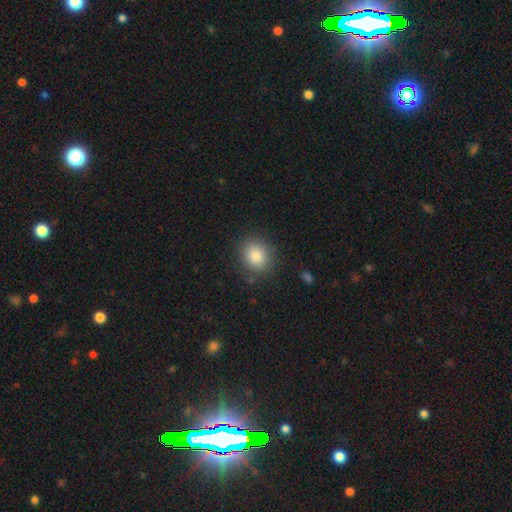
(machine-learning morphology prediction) Smooth or featured? Predicted: smooth (p=0.85). How rounded? Predicted: round (p=0.71). Merging? Predicted: none (p=0.86).